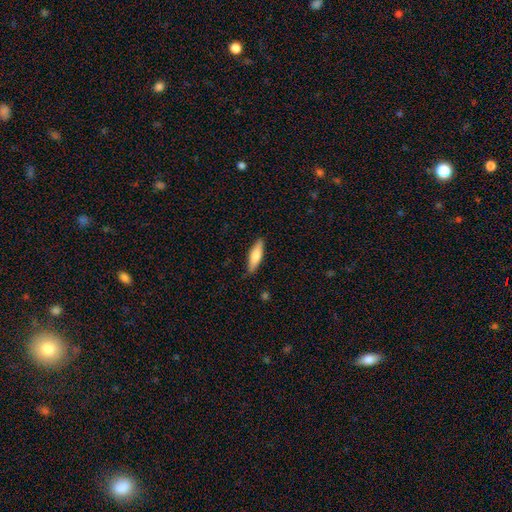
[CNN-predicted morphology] Q: Smooth or featured?
A: smooth (68%); runner-up: featured or disk (26%)
Q: How rounded?
A: cigar-shaped (61%); runner-up: in between (37%)
Q: Merging?
A: none (86%); runner-up: minor disturbance (11%)